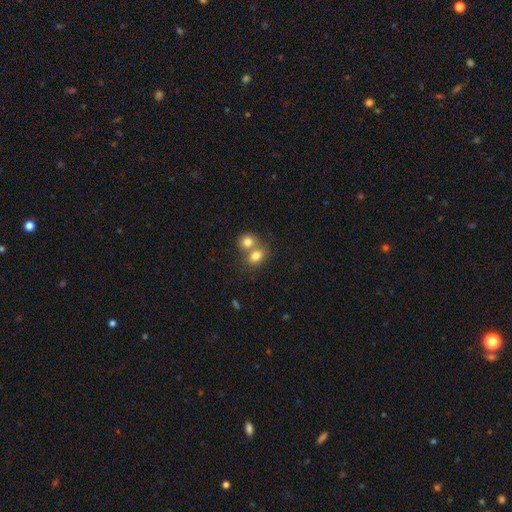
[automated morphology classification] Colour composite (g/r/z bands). It shows a smooth galaxy with no disk features (78%) that is round (50%). Merging: merger (60%).